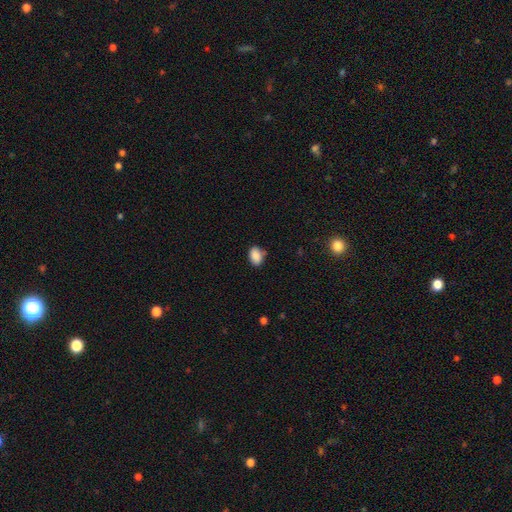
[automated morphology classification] A smooth galaxy with no disk features (87%) that is in between round and cigar-shaped (81%). Merging: none (73%).